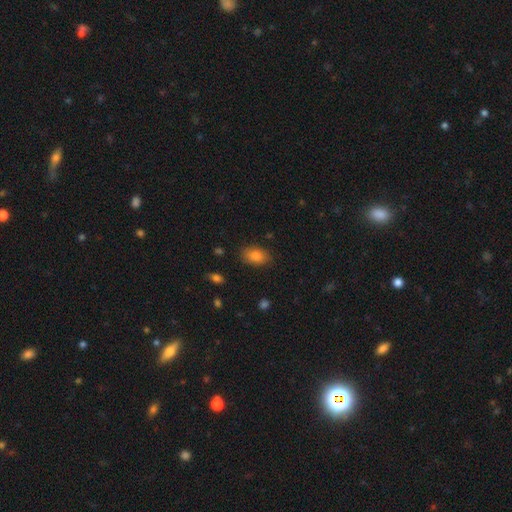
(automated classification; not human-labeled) This is clearly a smooth galaxy (83%). How rounded: clearly in between (88%). Merging: clearly none (85%).